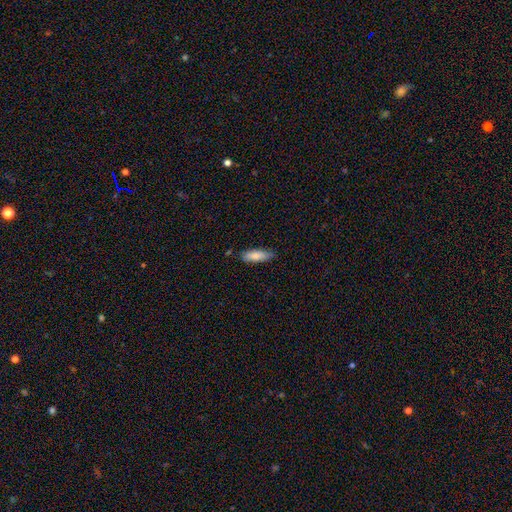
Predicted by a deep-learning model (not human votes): Q: Smooth or featured?
A: smooth (83%); runner-up: featured or disk (11%)
Q: How rounded?
A: in between (50%); runner-up: cigar-shaped (48%)
Q: Merging?
A: none (75%); runner-up: minor disturbance (20%)